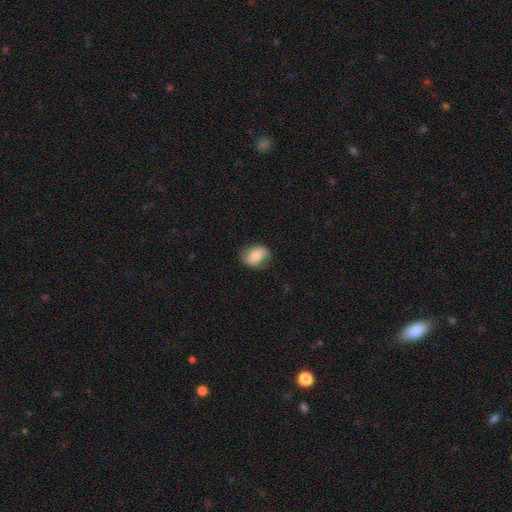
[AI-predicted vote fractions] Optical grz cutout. It shows a smooth galaxy with no disk features (65%) that is in between round and cigar-shaped (69%). Merging: none (76%).